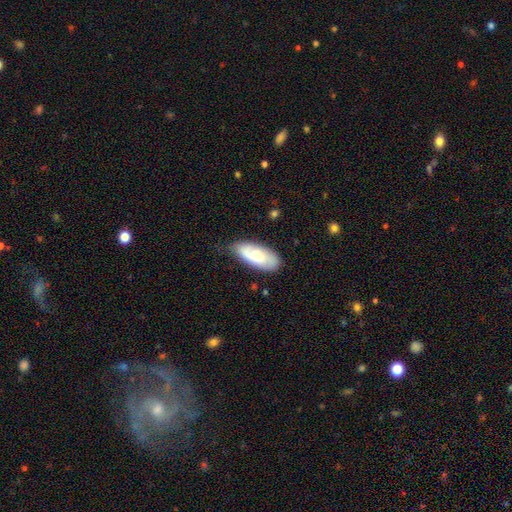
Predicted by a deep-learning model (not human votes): Smooth or featured? Predicted: smooth (p=0.64). How rounded? Predicted: in between (p=0.86). Merging? Predicted: none (p=0.67).